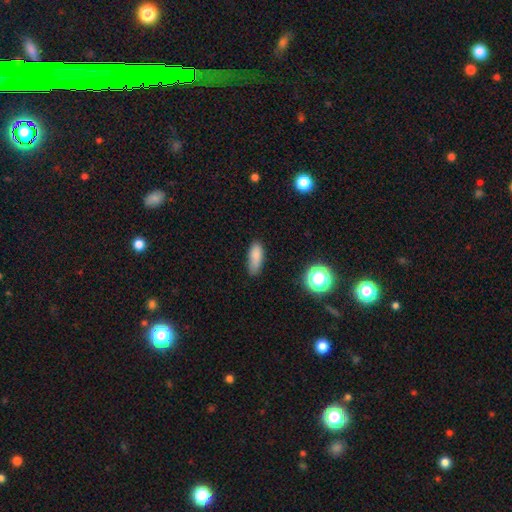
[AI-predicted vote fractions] A smooth galaxy with no disk features (83%) that is in between round and cigar-shaped (68%).

Vote fractions:
- Smooth or featured? smooth: 83% / star or artifact: 10% / featured or disk: 7%
- How rounded? in between: 68% / cigar-shaped: 28% / round: 4%
- Merging? none: 62% / minor disturbance: 29% / major disturbance: 7% / merger: 2%